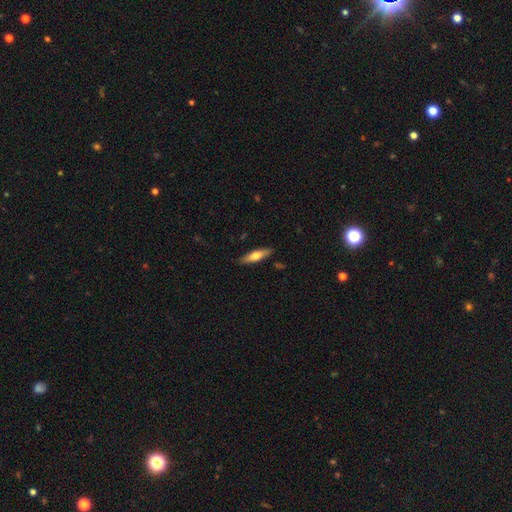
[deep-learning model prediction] A smooth galaxy with no disk features (58%) that is cigar-shaped (68%).

Vote fractions:
- Smooth or featured? smooth: 58% / featured or disk: 36% / star or artifact: 6%
- How rounded? cigar-shaped: 68% / in between: 30% / round: 2%
- Merging? none: 87% / minor disturbance: 9% / major disturbance: 2% / merger: 1%